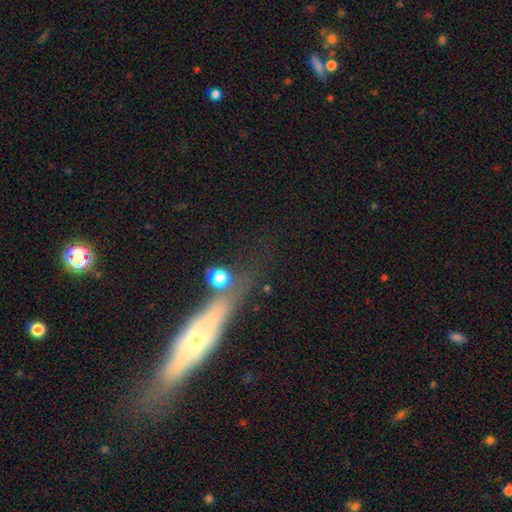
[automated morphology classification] This is possibly a featured or disk galaxy (52%). It is likely viewed edge-on (69%). Merging: likely none (69%).